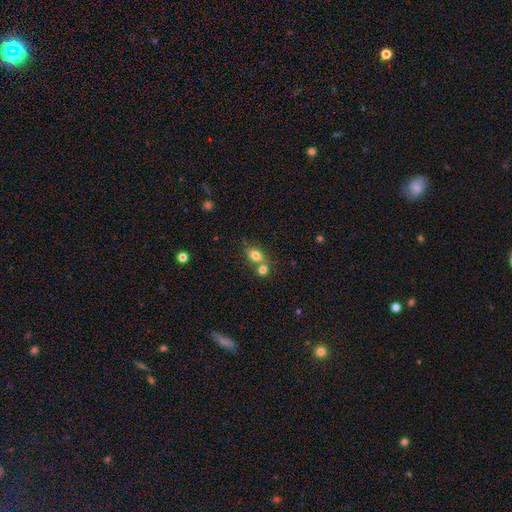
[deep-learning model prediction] Smooth or featured? Predicted: smooth (p=0.78). How rounded? Predicted: in between (p=0.67). Merging? Predicted: none (p=0.46).